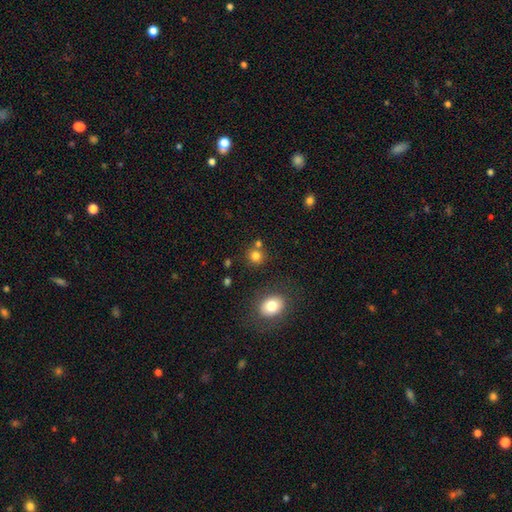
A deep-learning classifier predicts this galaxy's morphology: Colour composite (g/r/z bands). It shows a smooth galaxy with no disk features (79%) that is round (86%). Merging: none (73%).